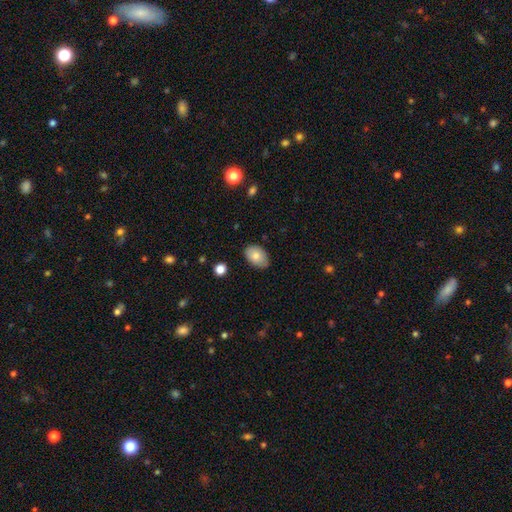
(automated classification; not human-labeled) Smooth or featured?
  - smooth: 81% *
  - featured or disk: 12%
  - star or artifact: 7%
How rounded?
  - in between: 88% *
  - round: 11%
  - cigar-shaped: 1%
Merging?
  - none: 80% *
  - minor disturbance: 17%
  - major disturbance: 3%
  - merger: 1%